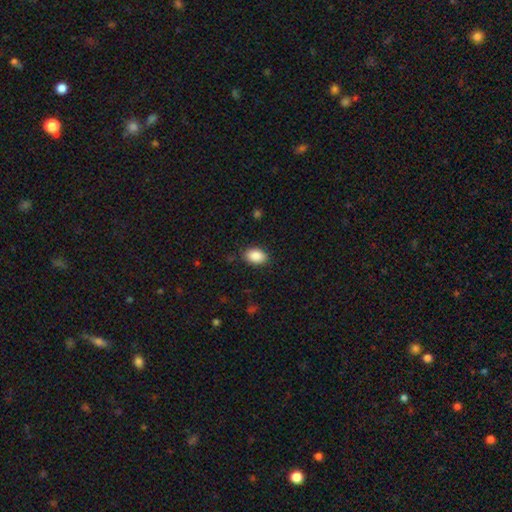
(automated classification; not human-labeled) Smooth or featured: smooth — 89% (star or artifact — 7%)
How rounded: in between — 88% (round — 11%)
Merging: none — 87% (minor disturbance — 10%)